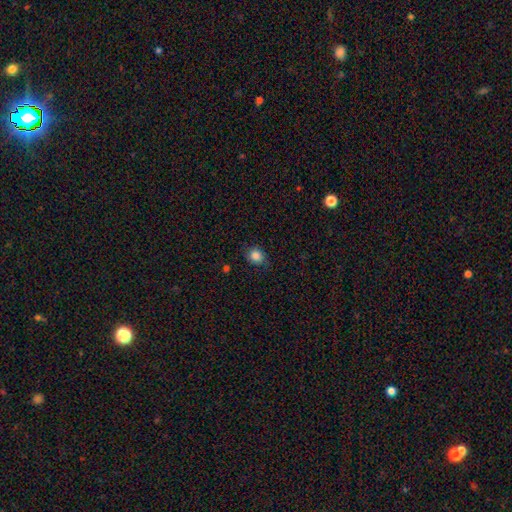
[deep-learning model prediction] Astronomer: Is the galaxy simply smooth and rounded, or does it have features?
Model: smooth — 84%.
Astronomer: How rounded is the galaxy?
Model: round — 68%.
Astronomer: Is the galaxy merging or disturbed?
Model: none — 77%.